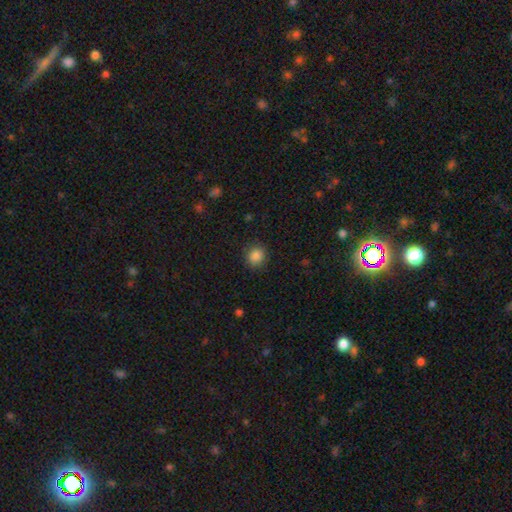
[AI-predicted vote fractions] smooth-or-featured: smooth: 86% | star or artifact: 10% | featured or disk: 4%
  how-rounded: round: 83% | in between: 16% | cigar-shaped: 1%
  merging: none: 87% | minor disturbance: 9% | major disturbance: 3% | merger: 1%